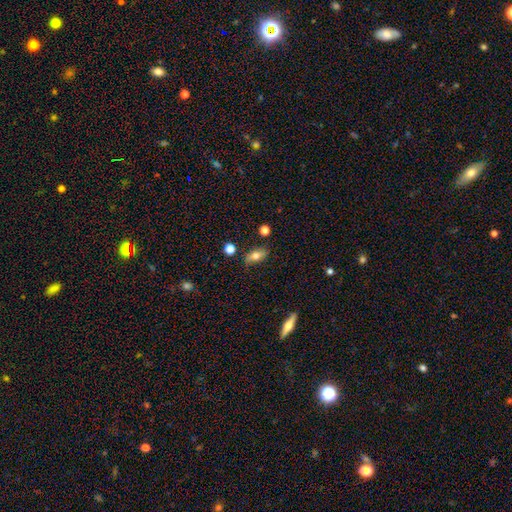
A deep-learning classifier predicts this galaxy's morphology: This appears to be a smooth galaxy with no disk features (65%) that is in between round and cigar-shaped (81%). Merging: none (73%).